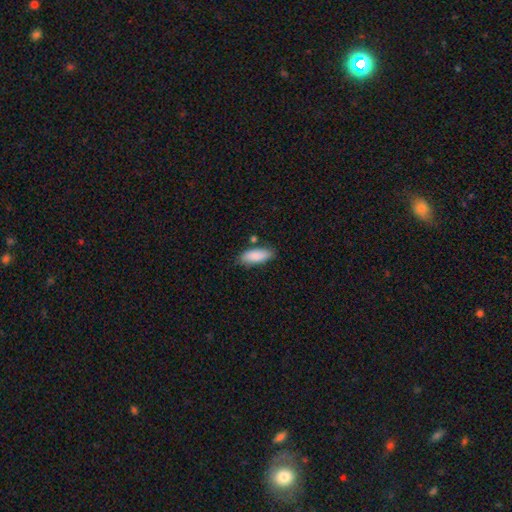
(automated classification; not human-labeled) Smooth or featured?
  - smooth: 88% *
  - featured or disk: 6%
  - star or artifact: 6%
How rounded?
  - in between: 76% *
  - cigar-shaped: 22%
  - round: 2%
Merging?
  - none: 77% *
  - minor disturbance: 16%
  - merger: 5%
  - major disturbance: 3%